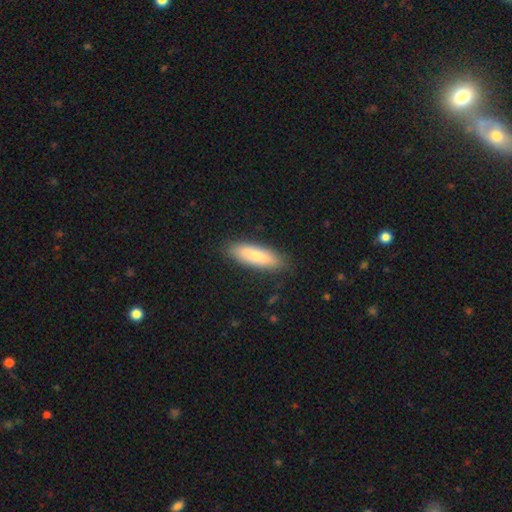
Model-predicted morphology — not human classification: Q: Smooth or featured?
A: smooth (75%); runner-up: featured or disk (19%)
Q: How rounded?
A: in between (51%); runner-up: cigar-shaped (48%)
Q: Merging?
A: none (85%); runner-up: minor disturbance (11%)